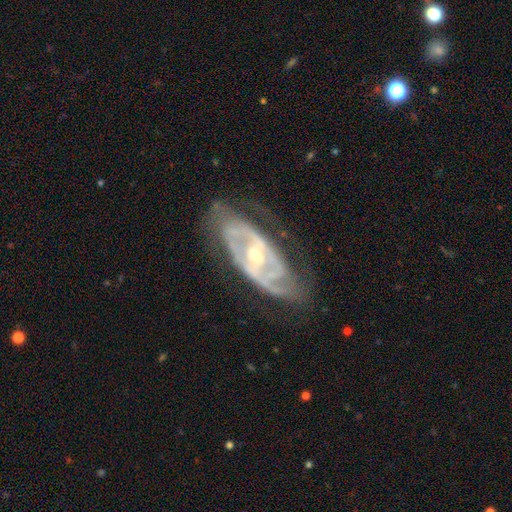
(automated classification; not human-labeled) Overall: featured or disk (88%). Edge-on disk: no (91%). Bar: no (41%; weak 35%). Spiral arms: yes (89%). Spiral arm count: 2 (49%; can't tell 27%). Spiral winding: tight (56%; medium 34%). Bulge size: moderate (52%; small 45%). Merging: none (68%).